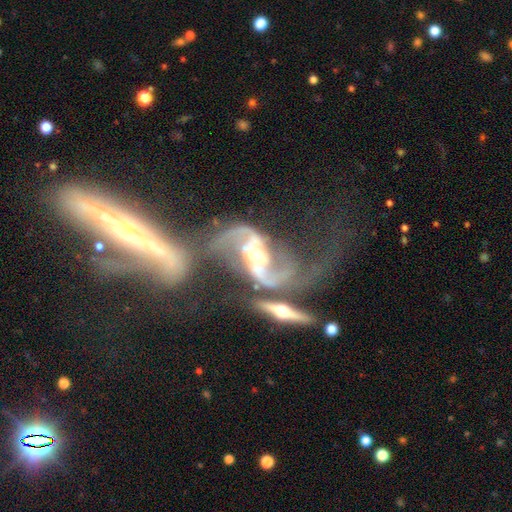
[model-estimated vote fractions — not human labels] A featured or disk galaxy (89%) with a strong bar (39%), 2 (91%) loose (58%) spiral arms (95%) and a moderate central bulge (65%). Merging: merger (50%).